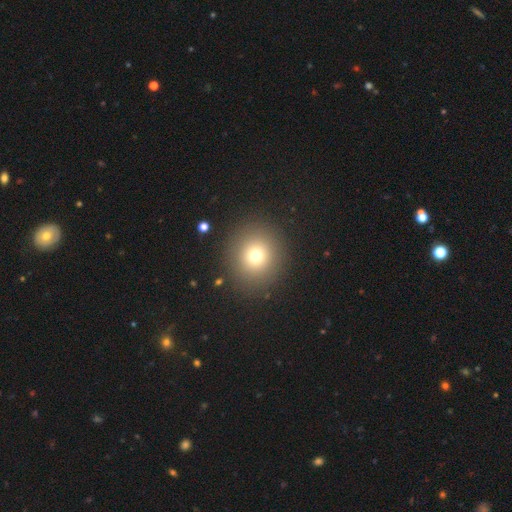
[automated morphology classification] Overall: smooth (73%). How rounded: round (90%). Merging: none (89%).